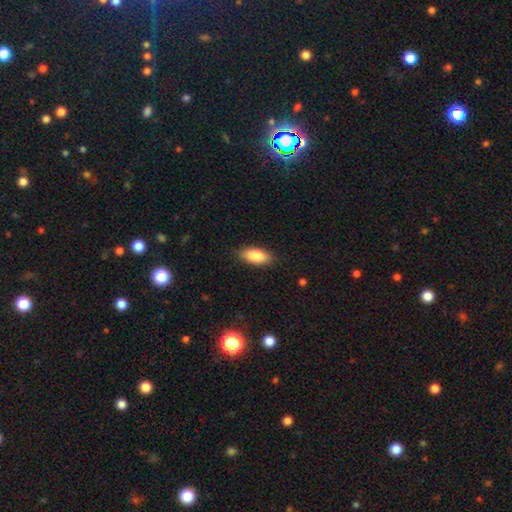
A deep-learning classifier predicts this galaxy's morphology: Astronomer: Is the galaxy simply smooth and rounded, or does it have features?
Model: smooth — 86%.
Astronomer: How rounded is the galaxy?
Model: in between — 84%.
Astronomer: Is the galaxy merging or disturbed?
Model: none — 86%.